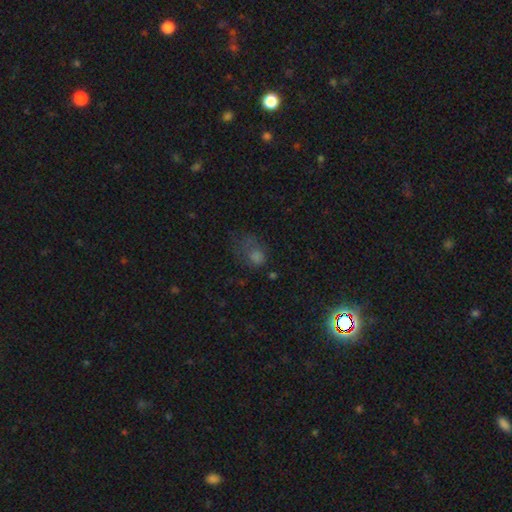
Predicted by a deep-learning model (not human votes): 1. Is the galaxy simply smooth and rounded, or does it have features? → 52% smooth, 31% star or artifact, 17% featured or disk.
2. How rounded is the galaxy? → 50% in between, 48% round, 2% cigar-shaped.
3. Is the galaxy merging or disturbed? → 40% none, 33% major disturbance, 23% minor disturbance, 4% merger.